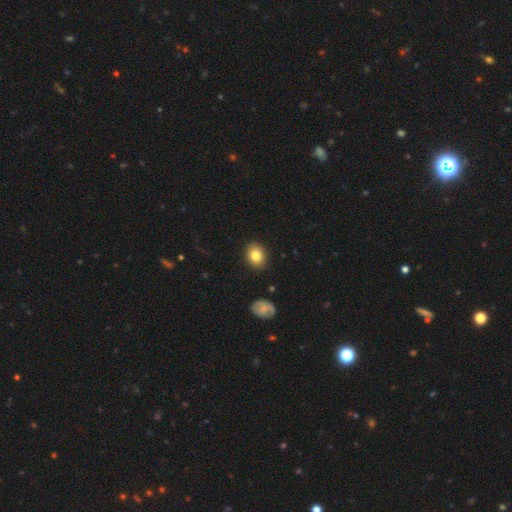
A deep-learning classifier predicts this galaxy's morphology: The model was most divided on "how rounded": in between: 51%, round: 48%, cigar-shaped: 1%. More confident: merging — none (87%); smooth or featured — smooth (82%).